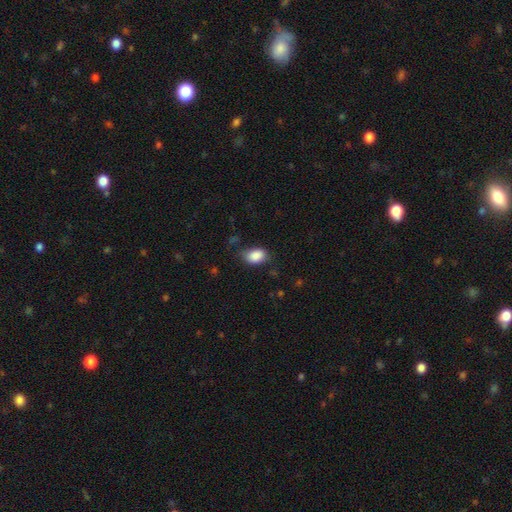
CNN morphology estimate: Q: Smooth or featured?
A: smooth (88%); runner-up: star or artifact (8%)
Q: How rounded?
A: in between (84%); runner-up: round (15%)
Q: Merging?
A: none (71%); runner-up: minor disturbance (21%)